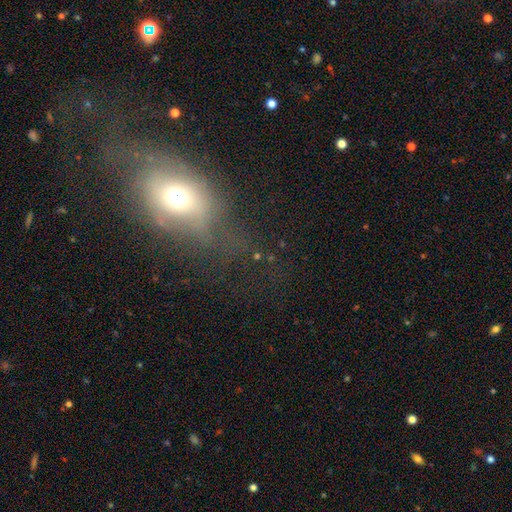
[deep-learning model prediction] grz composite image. It shows a smooth galaxy with no disk features (40%). Merging: none (51%).